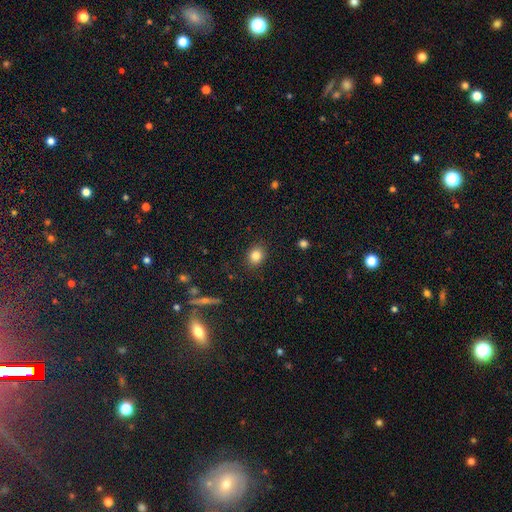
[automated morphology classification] Smooth or featured? Predicted: smooth (p=0.83). How rounded? Predicted: round (p=0.65). Merging? Predicted: none (p=0.89).